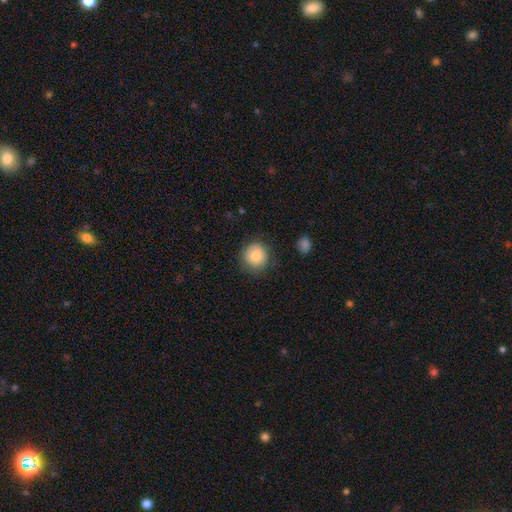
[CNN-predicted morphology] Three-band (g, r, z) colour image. It shows a smooth galaxy with no disk features (83%) that is round (91%). Merging: none (82%).